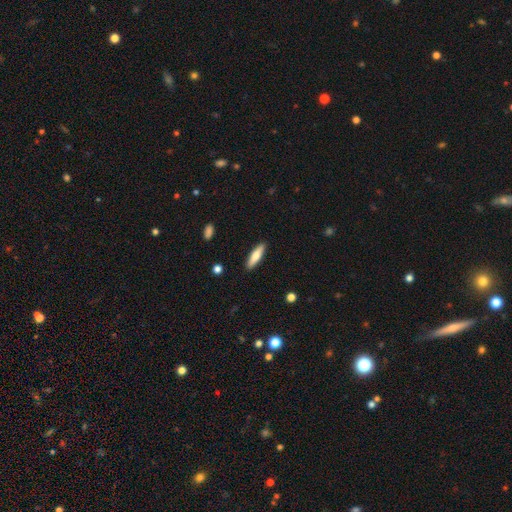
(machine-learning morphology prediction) Smooth or featured? Predicted: smooth (p=0.67). How rounded? Predicted: cigar-shaped (p=0.67). Merging? Predicted: none (p=0.90).